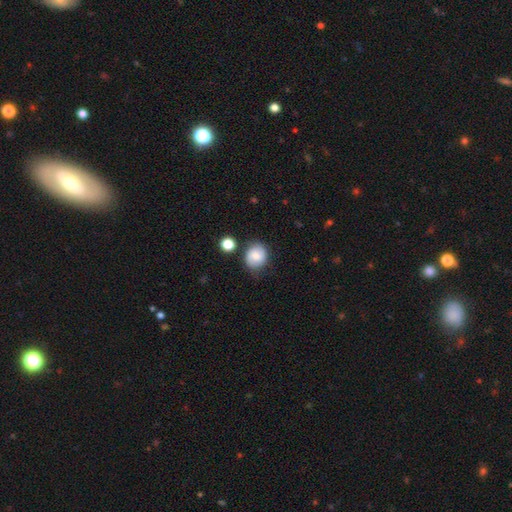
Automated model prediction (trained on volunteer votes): Smooth or featured?
  - smooth: 68% *
  - featured or disk: 23%
  - star or artifact: 9%
How rounded?
  - round: 70% *
  - in between: 29%
  - cigar-shaped: 1%
Merging?
  - none: 75% *
  - minor disturbance: 16%
  - merger: 4%
  - major disturbance: 4%